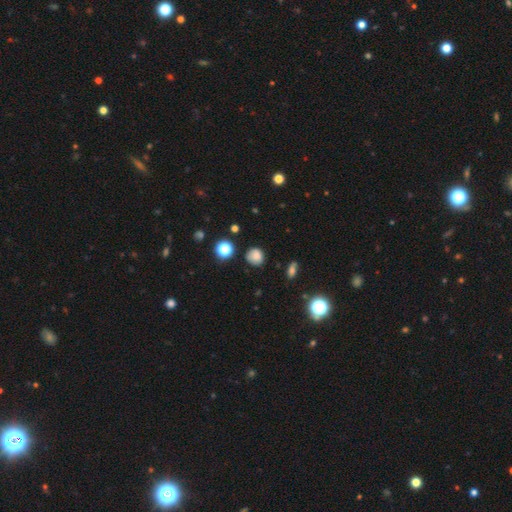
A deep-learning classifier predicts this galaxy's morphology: A smooth galaxy with no disk features (79%) that is round (83%).

Vote fractions:
- Smooth or featured? smooth: 79% / star or artifact: 15% / featured or disk: 6%
- How rounded? round: 83% / in between: 16% / cigar-shaped: 1%
- Merging? none: 78% / minor disturbance: 16% / major disturbance: 4% / merger: 3%